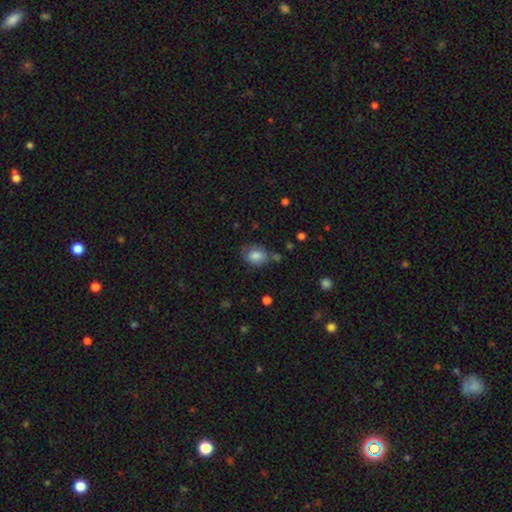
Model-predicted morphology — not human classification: This appears to be a smooth galaxy with no disk features (82%) that is in between round and cigar-shaped (60%). Merging: none (62%).